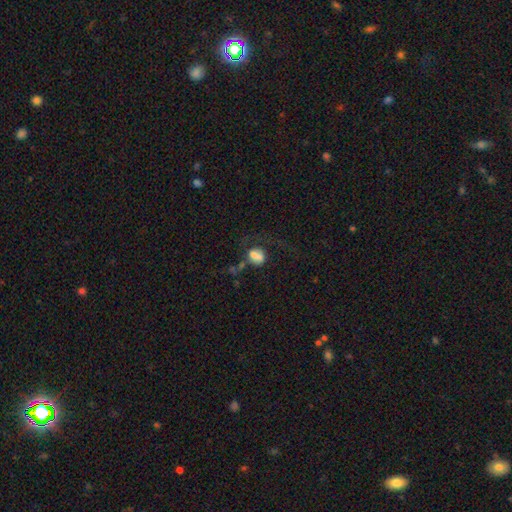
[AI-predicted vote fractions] Smooth or featured? Predicted: smooth (p=0.61). How rounded? Predicted: round (p=0.55). Merging? Predicted: merger (p=0.34).